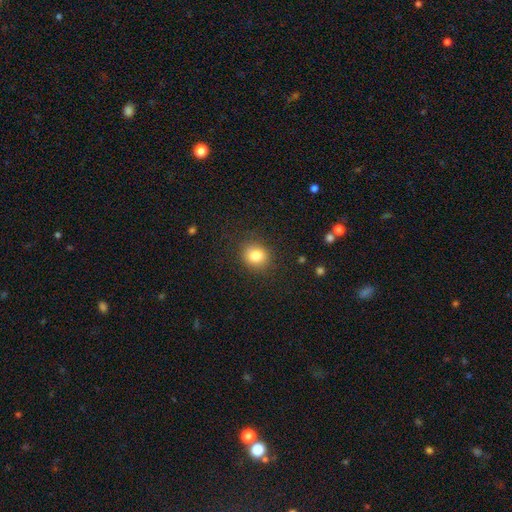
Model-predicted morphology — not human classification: smooth-or-featured: smooth: 82% | star or artifact: 11% | featured or disk: 7%
  how-rounded: round: 78% | in between: 21% | cigar-shaped: 1%
  merging: none: 87% | minor disturbance: 9% | major disturbance: 3% | merger: 1%